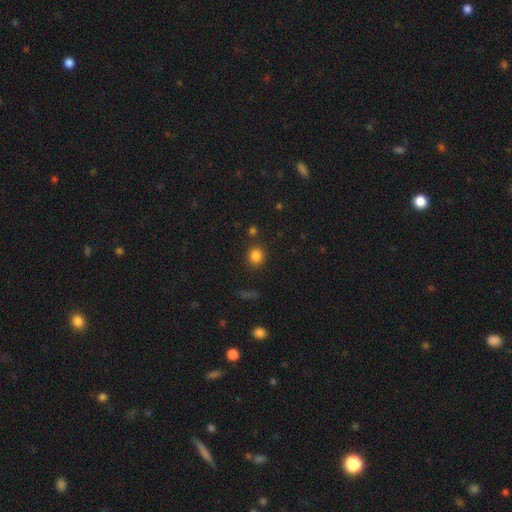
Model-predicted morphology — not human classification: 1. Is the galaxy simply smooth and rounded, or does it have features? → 83% smooth, 12% star or artifact, 4% featured or disk.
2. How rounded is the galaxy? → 87% round, 12% in between, 1% cigar-shaped.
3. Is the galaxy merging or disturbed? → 85% none, 8% minor disturbance, 4% merger, 3% major disturbance.